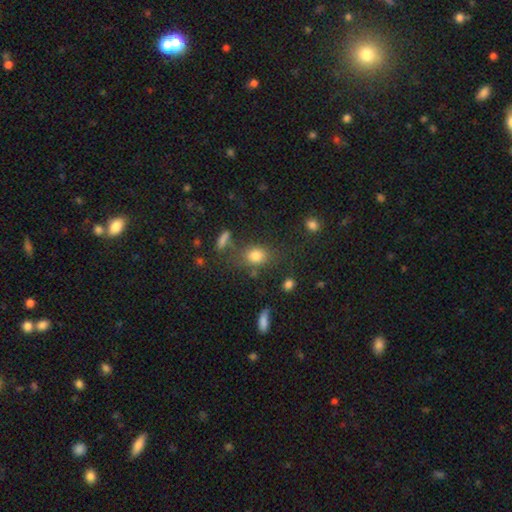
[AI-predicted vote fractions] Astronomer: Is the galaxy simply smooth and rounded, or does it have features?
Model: smooth — 79%.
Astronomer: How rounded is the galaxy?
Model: in between — 59% (runner-up: round, 38%).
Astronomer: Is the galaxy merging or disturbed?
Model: none — 66%.